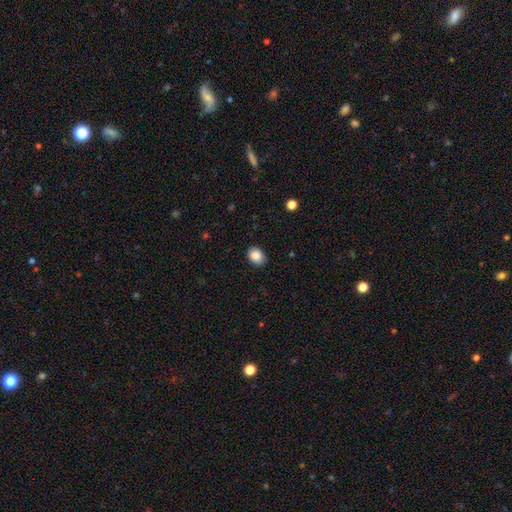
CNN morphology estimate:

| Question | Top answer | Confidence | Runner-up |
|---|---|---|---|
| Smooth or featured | smooth | 87% | star or artifact (9%) |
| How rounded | in between | 53% | round (46%) |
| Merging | none | 87% | minor disturbance (10%) |